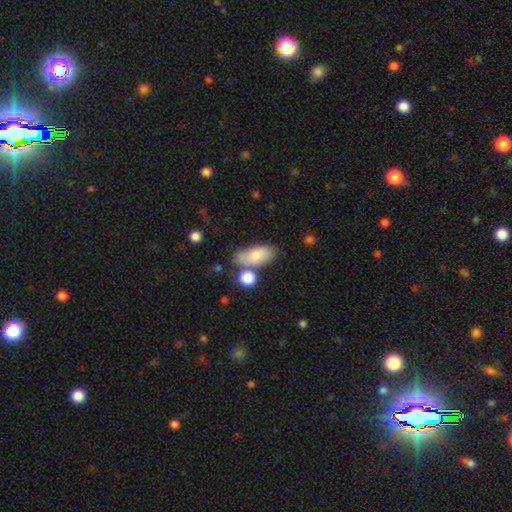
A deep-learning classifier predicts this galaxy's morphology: smooth-or-featured: smooth: 82% | featured or disk: 11% | star or artifact: 7%
  how-rounded: in between: 85% | cigar-shaped: 11% | round: 4%
  merging: none: 62% | minor disturbance: 17% | merger: 15% | major disturbance: 6%